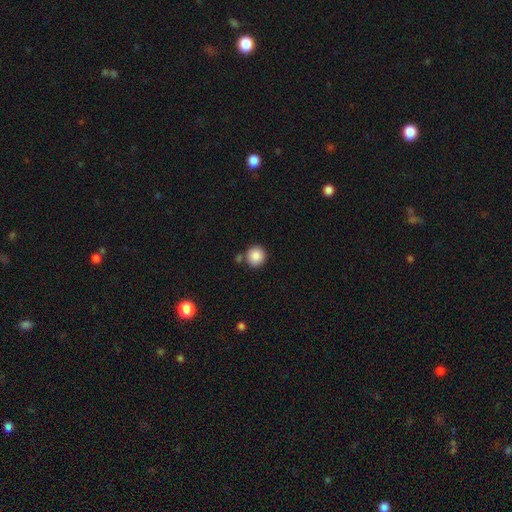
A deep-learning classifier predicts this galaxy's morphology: A smooth galaxy with no disk features (86%) that is round (93%).

Vote fractions:
- Smooth or featured? smooth: 86% / star or artifact: 9% / featured or disk: 5%
- How rounded? round: 93% / in between: 6% / cigar-shaped: 1%
- Merging? none: 79% / merger: 10% / minor disturbance: 9% / major disturbance: 2%